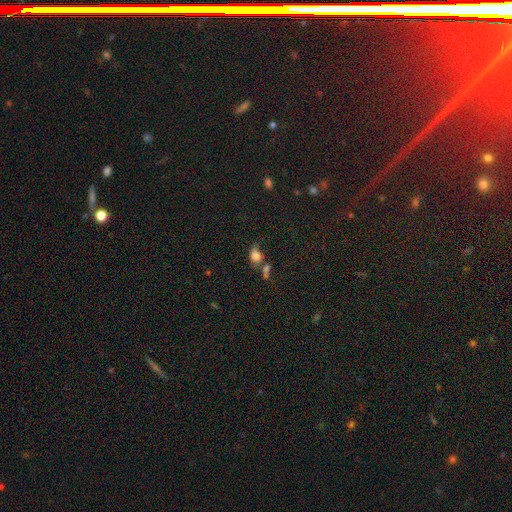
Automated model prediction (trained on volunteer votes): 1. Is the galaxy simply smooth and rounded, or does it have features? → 71% smooth, 15% star or artifact, 14% featured or disk.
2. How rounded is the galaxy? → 63% in between, 35% round, 3% cigar-shaped.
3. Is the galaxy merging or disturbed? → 34% none, 26% merger, 23% minor disturbance, 17% major disturbance.